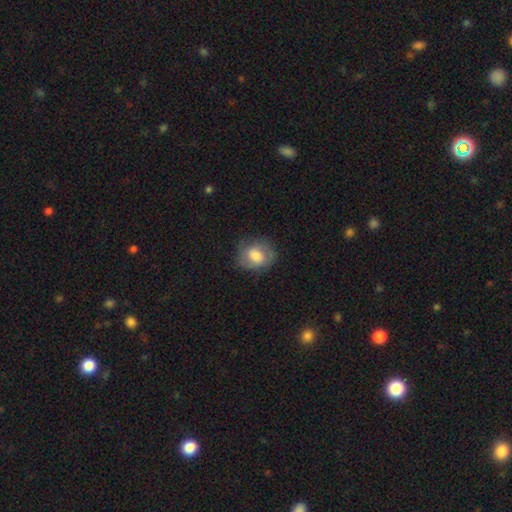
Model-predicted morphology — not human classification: Smooth or featured? smooth (67%)
How rounded? round (58%)
Merging? none (68%)